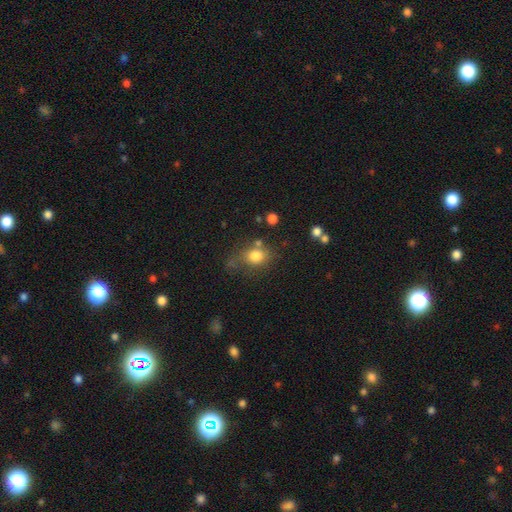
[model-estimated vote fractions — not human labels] A smooth galaxy with no disk features (79%) that is round (52%).

Vote fractions:
- Smooth or featured? smooth: 79% / star or artifact: 11% / featured or disk: 10%
- How rounded? round: 52% / in between: 47% / cigar-shaped: 1%
- Merging? none: 53% / minor disturbance: 23% / major disturbance: 12% / merger: 11%